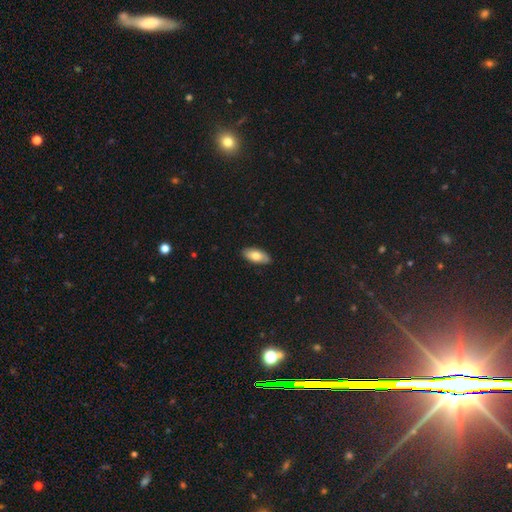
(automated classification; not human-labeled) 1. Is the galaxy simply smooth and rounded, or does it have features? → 77% smooth, 17% featured or disk, 6% star or artifact.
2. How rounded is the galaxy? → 88% in between, 9% cigar-shaped, 2% round.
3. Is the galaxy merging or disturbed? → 88% none, 10% minor disturbance, 2% major disturbance, 1% merger.